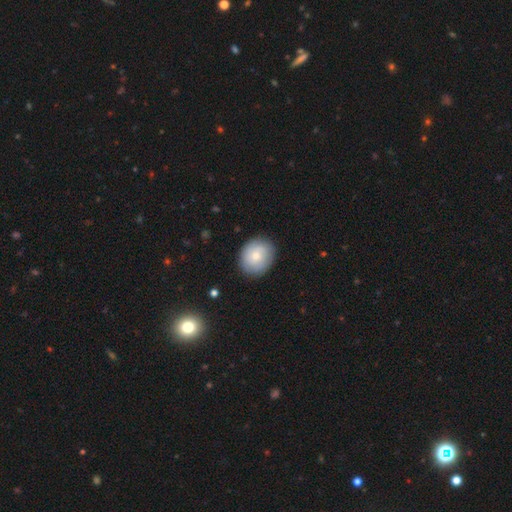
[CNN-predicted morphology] smooth-or-featured: smooth: 64% | featured or disk: 29% | star or artifact: 7%
  how-rounded: round: 67% | in between: 32% | cigar-shaped: 1%
  merging: none: 85% | minor disturbance: 11% | major disturbance: 3% | merger: 1%